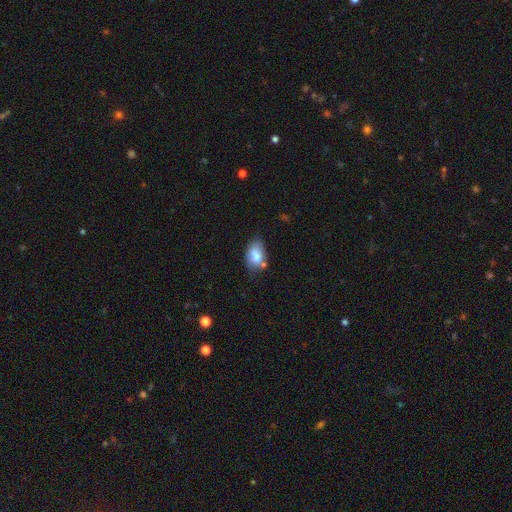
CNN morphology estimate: Smooth or featured?
  - smooth: 82% *
  - featured or disk: 10%
  - star or artifact: 8%
How rounded?
  - in between: 89% *
  - round: 9%
  - cigar-shaped: 2%
Merging?
  - none: 55% *
  - minor disturbance: 28%
  - merger: 11%
  - major disturbance: 7%